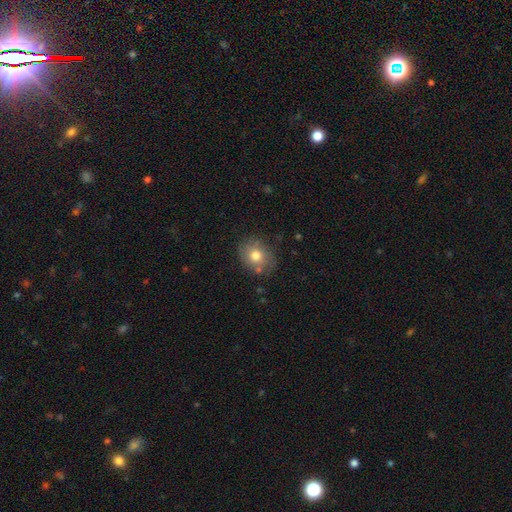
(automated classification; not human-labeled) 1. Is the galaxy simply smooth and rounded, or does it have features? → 76% smooth, 14% featured or disk, 10% star or artifact.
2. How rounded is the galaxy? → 57% round, 42% in between, 1% cigar-shaped.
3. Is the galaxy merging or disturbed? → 76% none, 16% minor disturbance, 4% merger, 4% major disturbance.